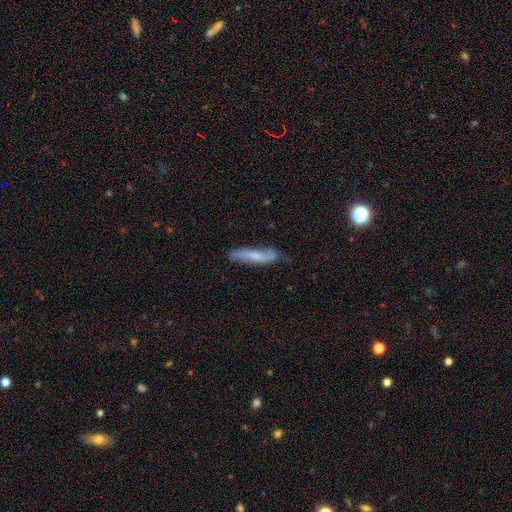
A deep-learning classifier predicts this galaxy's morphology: A featured or disk galaxy (51%).

Vote fractions:
- Smooth or featured? featured or disk: 51% / smooth: 43% / star or artifact: 7%
- Edge-on disk? no: 61% / yes: 39%
- Merging? none: 69% / minor disturbance: 23% / major disturbance: 5% / merger: 2%